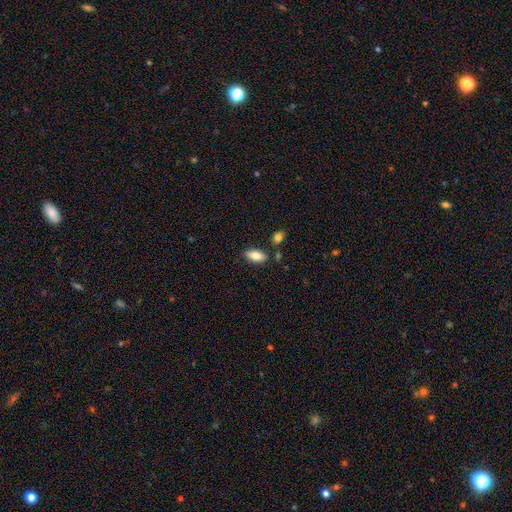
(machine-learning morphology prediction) smooth_or_featured: smooth (p=0.79) [alt: featured or disk p=0.14]
how_rounded: in between (p=0.87) [alt: cigar-shaped p=0.10]
merging: none (p=0.82) [alt: minor disturbance p=0.11]